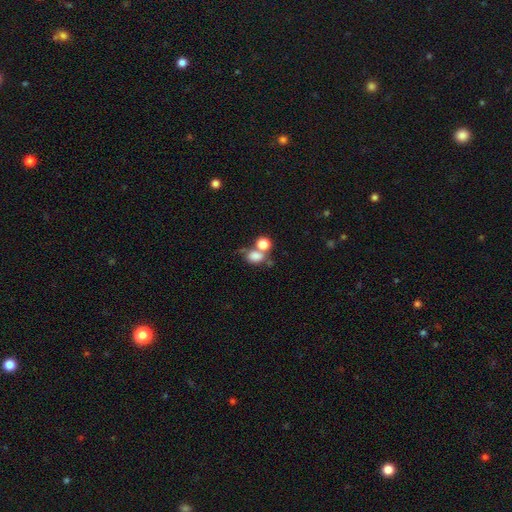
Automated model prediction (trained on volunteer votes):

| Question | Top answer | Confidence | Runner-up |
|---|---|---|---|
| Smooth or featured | smooth | 77% | star or artifact (12%) |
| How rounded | in between | 50% | round (49%) |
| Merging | merger | 46% | none (35%) |